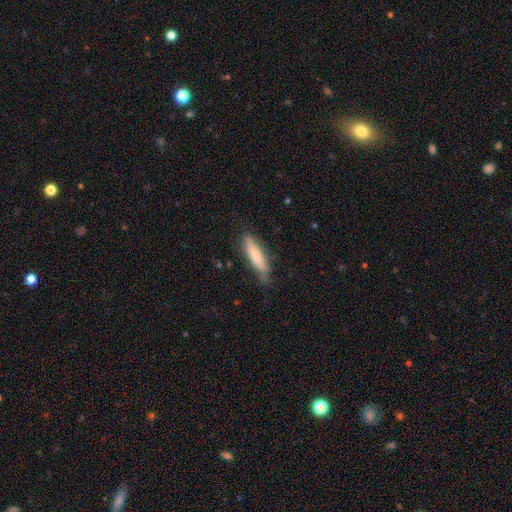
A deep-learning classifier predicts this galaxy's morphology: smooth-or-featured: smooth: 70% | featured or disk: 25% | star or artifact: 6%
  how-rounded: cigar-shaped: 74% | in between: 24% | round: 1%
  merging: none: 73% | minor disturbance: 21% | major disturbance: 4% | merger: 2%